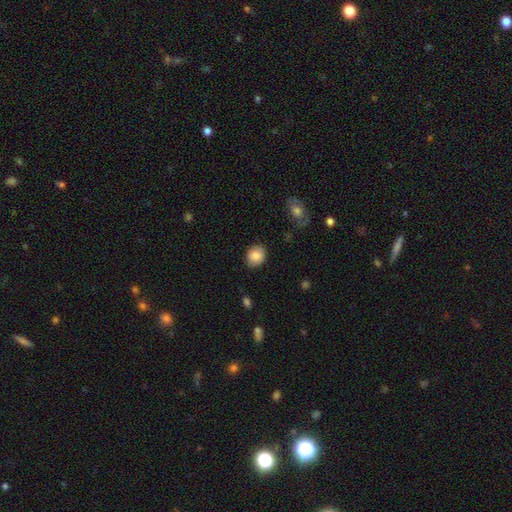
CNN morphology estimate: smooth_or_featured: smooth (p=0.85) [alt: star or artifact p=0.08]
how_rounded: round (p=0.56) [alt: in between p=0.43]
merging: none (p=0.85) [alt: minor disturbance p=0.11]